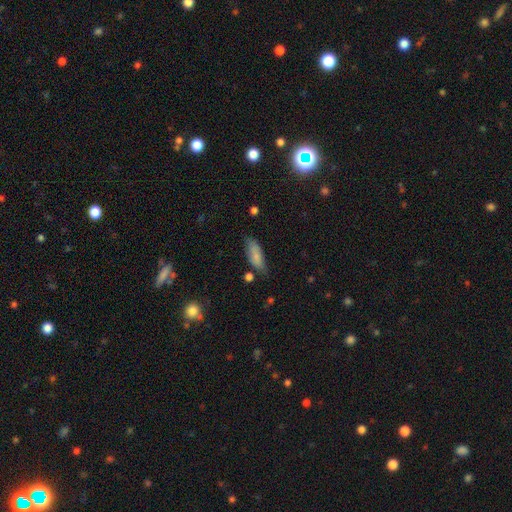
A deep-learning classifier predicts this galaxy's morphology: type=smooth (82%); roundness=in between (68%); merging=none (66%).